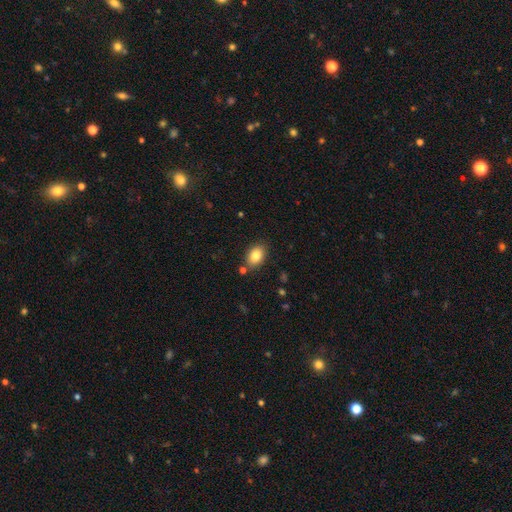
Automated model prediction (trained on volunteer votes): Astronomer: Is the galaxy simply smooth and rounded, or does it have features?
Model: smooth — 84%.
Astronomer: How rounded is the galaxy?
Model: in between — 83%.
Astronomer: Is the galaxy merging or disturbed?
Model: none — 81%.